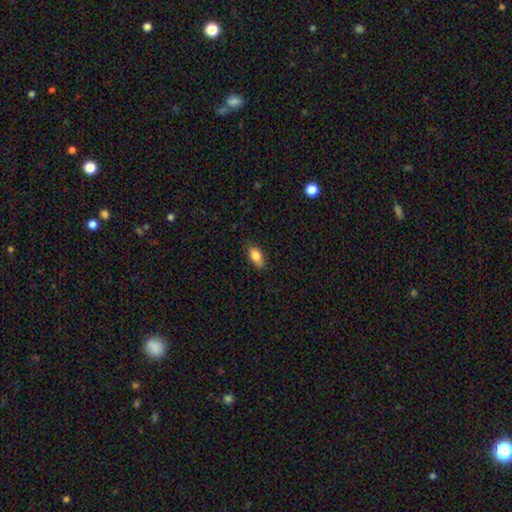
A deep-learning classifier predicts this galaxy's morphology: smooth 81%, featured or disk 11%, star or artifact 8%. Down the decision tree: how rounded — in between (86%); merging — none (79%).